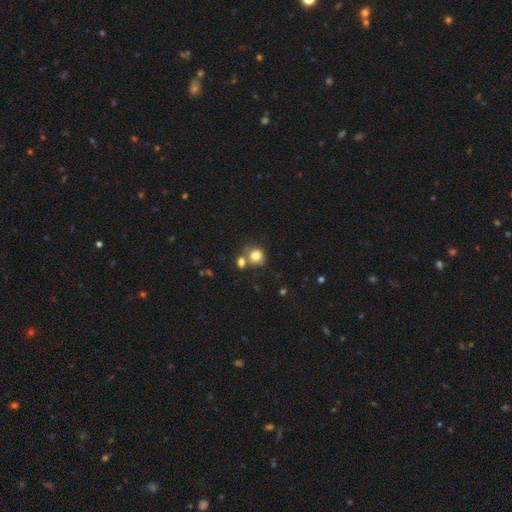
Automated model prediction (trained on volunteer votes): This is clearly a smooth galaxy (81%). How rounded: clearly round (84%). Merging: possibly none (59%).